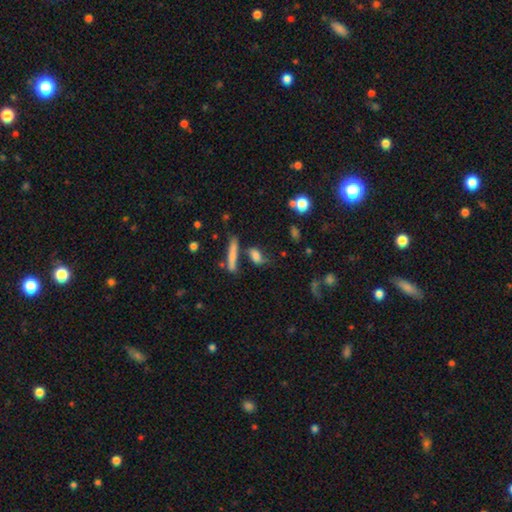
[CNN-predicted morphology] This appears to be a smooth galaxy with no disk features (63%) that is in between round and cigar-shaped (48%). Merging: none (54%).